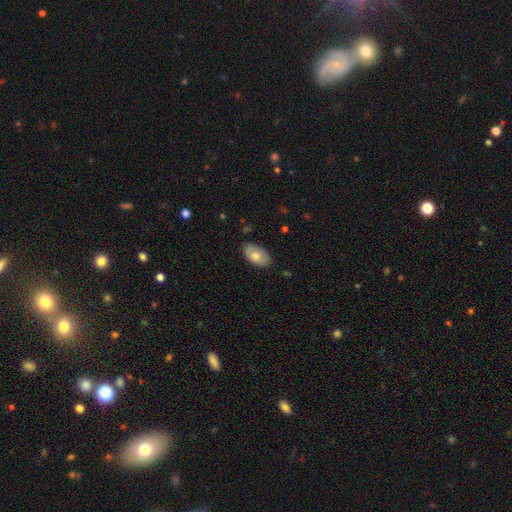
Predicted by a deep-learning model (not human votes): A smooth galaxy with no disk features (75%) that is in between round and cigar-shaped (94%).

Vote fractions:
- Smooth or featured? smooth: 75% / featured or disk: 18% / star or artifact: 6%
- How rounded? in between: 94% / round: 5% / cigar-shaped: 1%
- Merging? none: 81% / minor disturbance: 16% / major disturbance: 2% / merger: 1%